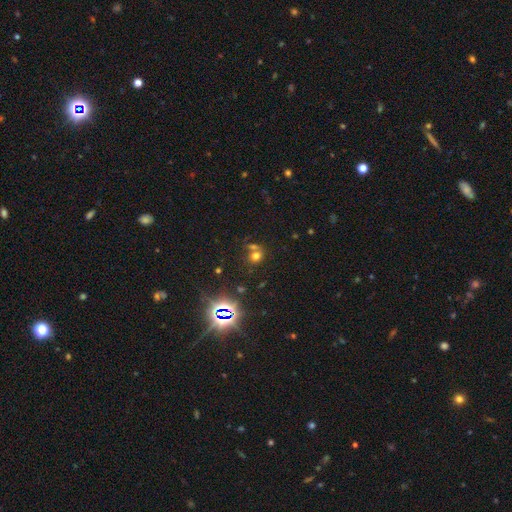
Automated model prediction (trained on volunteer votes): Q: Smooth or featured?
A: smooth (58%); runner-up: star or artifact (31%)
Q: How rounded?
A: round (74%); runner-up: in between (24%)
Q: Merging?
A: none (51%); runner-up: merger (36%)